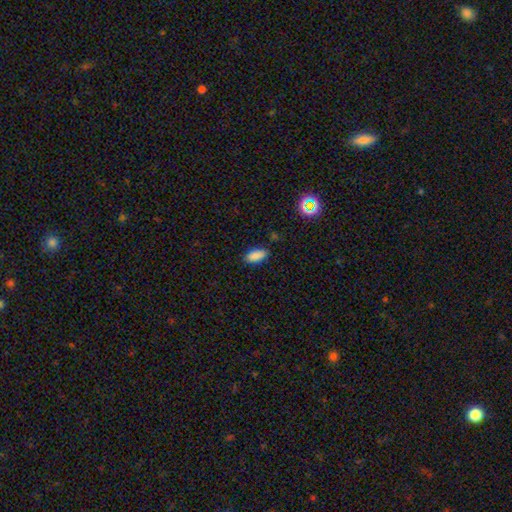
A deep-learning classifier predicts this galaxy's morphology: Q: Smooth or featured?
A: smooth (86%); runner-up: star or artifact (10%)
Q: How rounded?
A: in between (89%); runner-up: cigar-shaped (8%)
Q: Merging?
A: none (84%); runner-up: minor disturbance (11%)